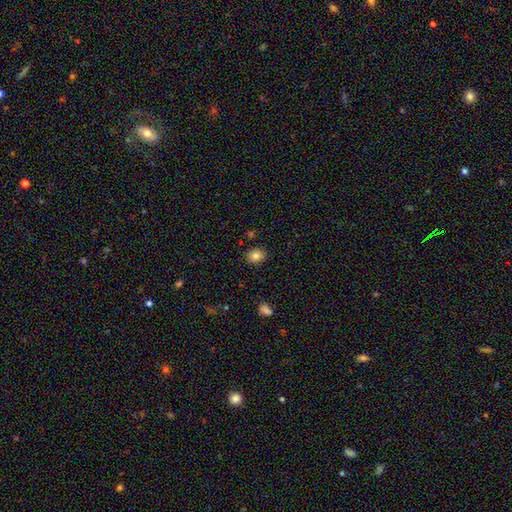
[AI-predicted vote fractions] Smooth or featured: smooth — 83% (star or artifact — 10%)
How rounded: round — 54% (in between — 45%)
Merging: none — 88% (minor disturbance — 9%)